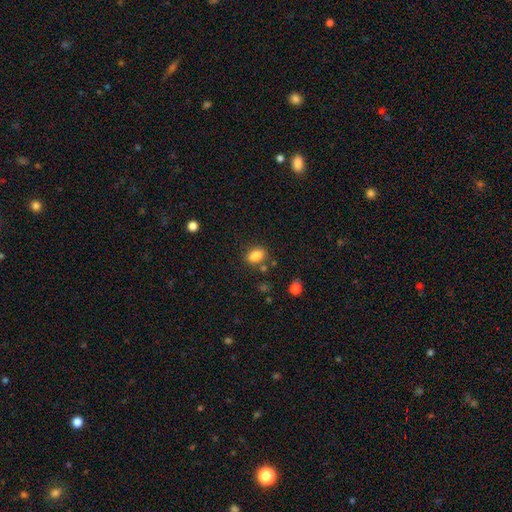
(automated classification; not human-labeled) This appears to be a smooth galaxy with no disk features (85%) that is in between round and cigar-shaped (84%). Merging: none (78%).